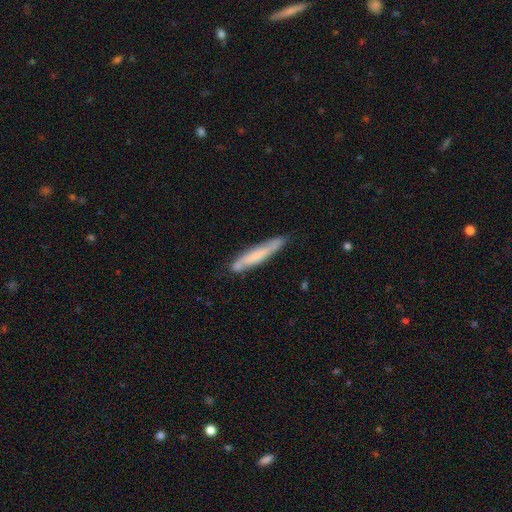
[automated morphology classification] type=smooth (53%); roundness=cigar-shaped (92%); merging=none (77%).